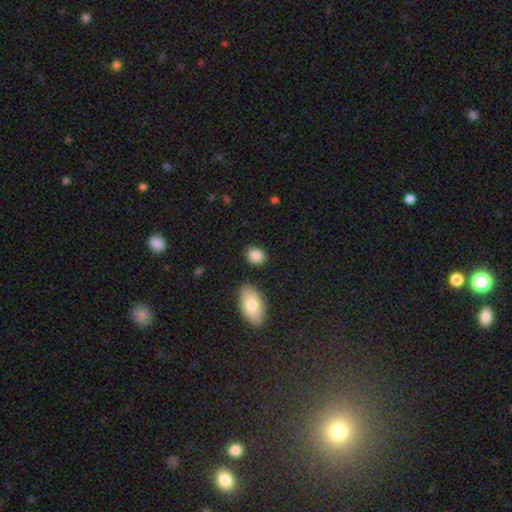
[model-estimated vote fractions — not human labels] smooth_or_featured: smooth (p=0.87) [alt: star or artifact p=0.08]
how_rounded: in between (p=0.69) [alt: round p=0.29]
merging: none (p=0.83) [alt: minor disturbance p=0.10]